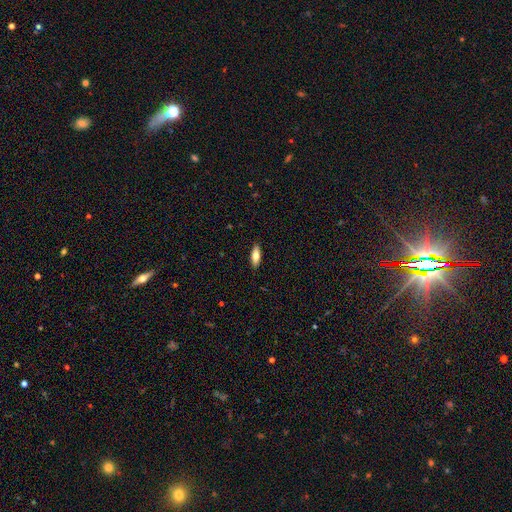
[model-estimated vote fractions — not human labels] Morphology: type=smooth (67%); roundness=in between (60%); merging=none (90%).